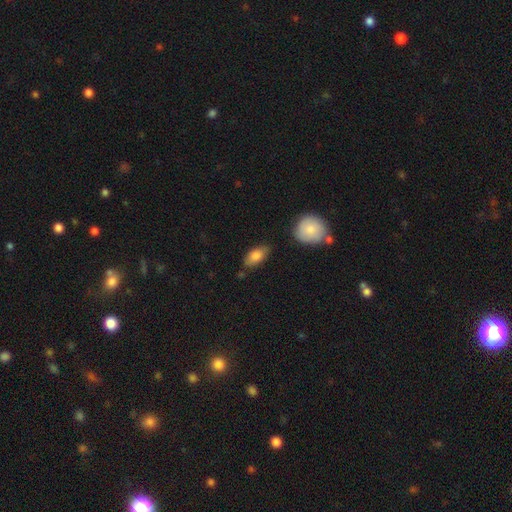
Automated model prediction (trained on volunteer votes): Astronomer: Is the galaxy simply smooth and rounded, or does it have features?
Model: smooth — 81%.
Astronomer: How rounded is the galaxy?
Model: in between — 88%.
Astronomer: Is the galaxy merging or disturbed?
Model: none — 76%.